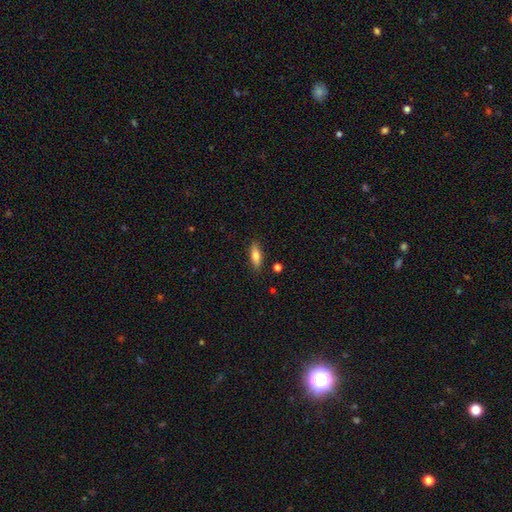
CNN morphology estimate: This appears to be a smooth galaxy with no disk features (75%) that is in between round and cigar-shaped (62%). Merging: none (85%).